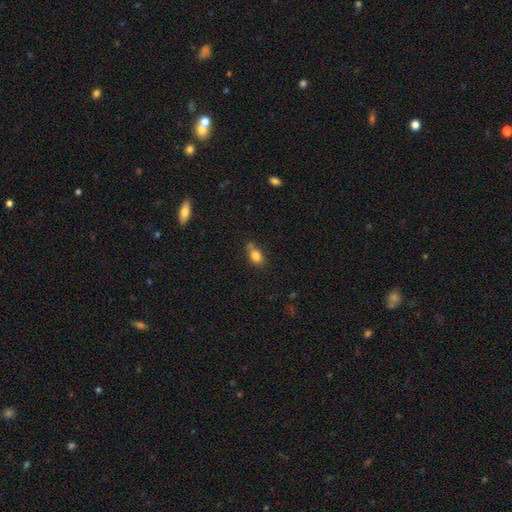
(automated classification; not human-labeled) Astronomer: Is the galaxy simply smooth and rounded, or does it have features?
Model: smooth — 82%.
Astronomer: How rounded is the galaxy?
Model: in between — 79%.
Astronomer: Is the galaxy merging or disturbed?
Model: none — 60%.